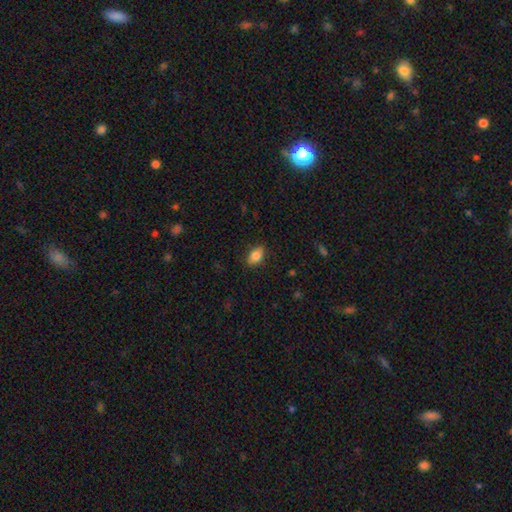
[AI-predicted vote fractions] smooth-or-featured: smooth: 81% | featured or disk: 11% | star or artifact: 8%
  how-rounded: in between: 87% | round: 9% | cigar-shaped: 4%
  merging: none: 86% | minor disturbance: 11% | major disturbance: 2% | merger: 1%